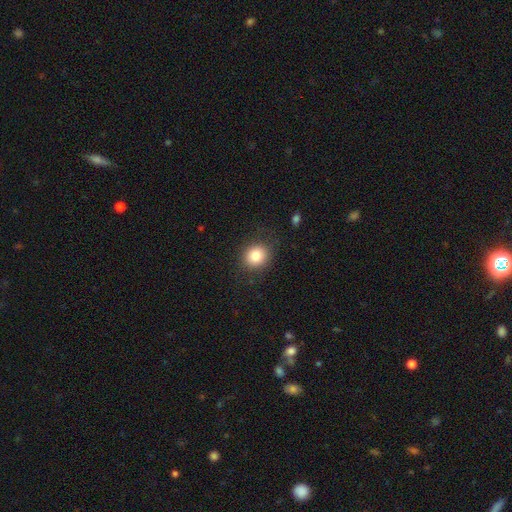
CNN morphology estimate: Smooth or featured?
  - smooth: 82% *
  - star or artifact: 11%
  - featured or disk: 8%
How rounded?
  - round: 79% *
  - in between: 20%
  - cigar-shaped: 1%
Merging?
  - none: 87% *
  - minor disturbance: 9%
  - major disturbance: 3%
  - merger: 1%